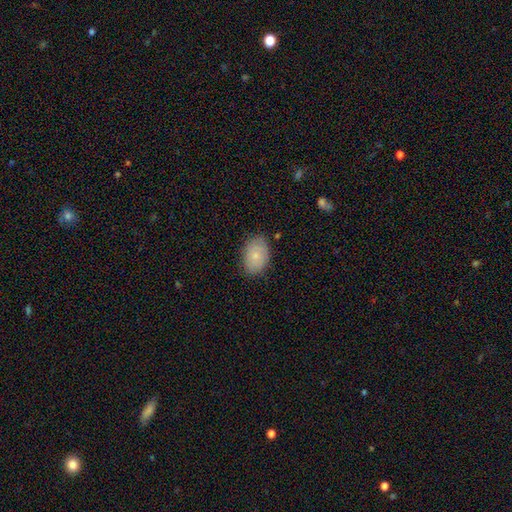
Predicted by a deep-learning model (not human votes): A smooth galaxy with no disk features (77%) that is in between round and cigar-shaped (85%).

Vote fractions:
- Smooth or featured? smooth: 77% / featured or disk: 16% / star or artifact: 7%
- How rounded? in between: 85% / round: 14% / cigar-shaped: 1%
- Merging? none: 80% / minor disturbance: 16% / major disturbance: 3% / merger: 1%